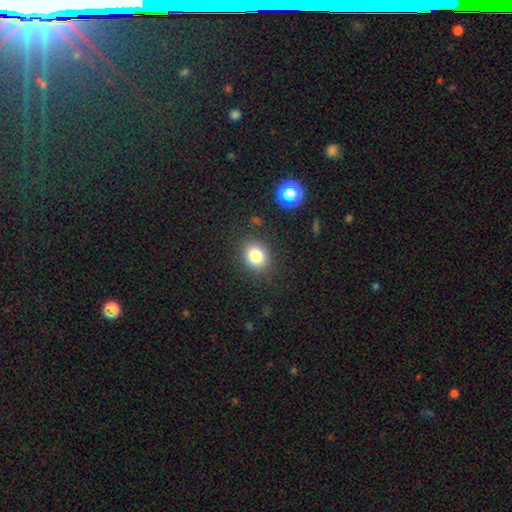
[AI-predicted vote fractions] Smooth or featured?
  - smooth: 81% *
  - star or artifact: 12%
  - featured or disk: 8%
How rounded?
  - round: 62% *
  - in between: 37%
  - cigar-shaped: 1%
Merging?
  - none: 86% *
  - minor disturbance: 9%
  - major disturbance: 3%
  - merger: 2%